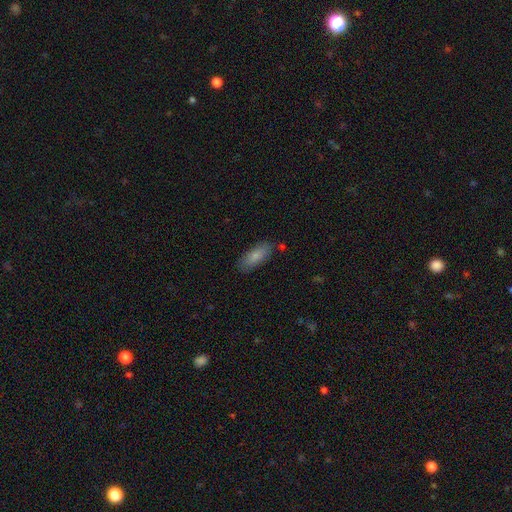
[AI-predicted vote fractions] Smooth or featured: smooth — 83% (featured or disk — 11%)
How rounded: in between — 72% (cigar-shaped — 26%)
Merging: none — 80% (minor disturbance — 14%)